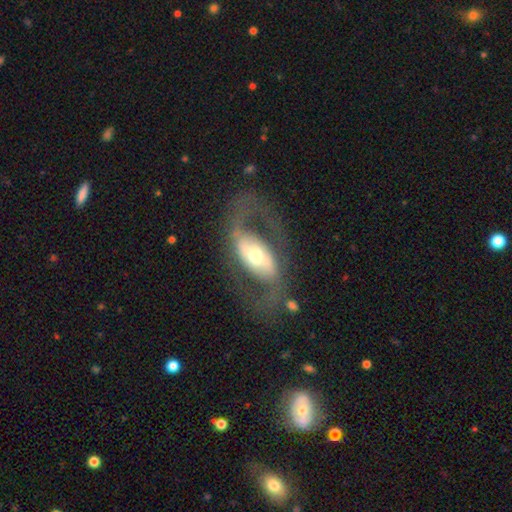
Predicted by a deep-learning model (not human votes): Smooth or featured? Predicted: featured or disk (p=0.77). Edge-on disk? Predicted: no (p=0.91). Bar? Predicted: strong (p=0.40). Spiral arms? Predicted: yes (p=0.69). Bulge size? Predicted: moderate (p=0.63). Merging? Predicted: none (p=0.63).